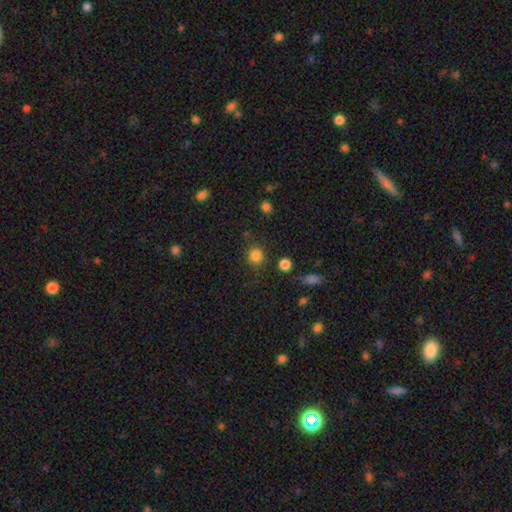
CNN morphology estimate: Overall: smooth (83%). How rounded: round (88%). Merging: none (83%).